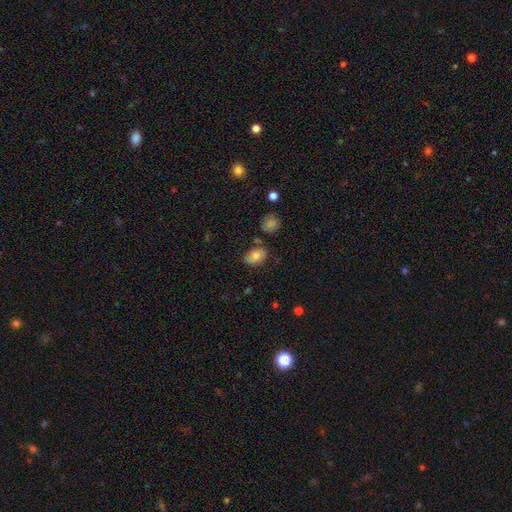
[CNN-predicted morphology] type=smooth (69%); roundness=in between (80%); merging=none (69%).